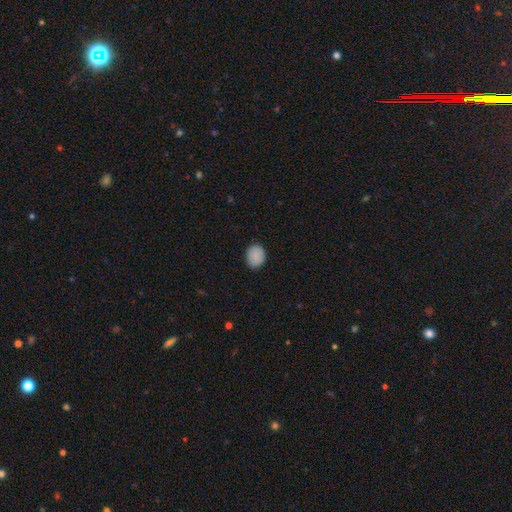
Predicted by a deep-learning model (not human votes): This is clearly a smooth galaxy (87%). How rounded: possibly round (56%). Merging: clearly none (87%).